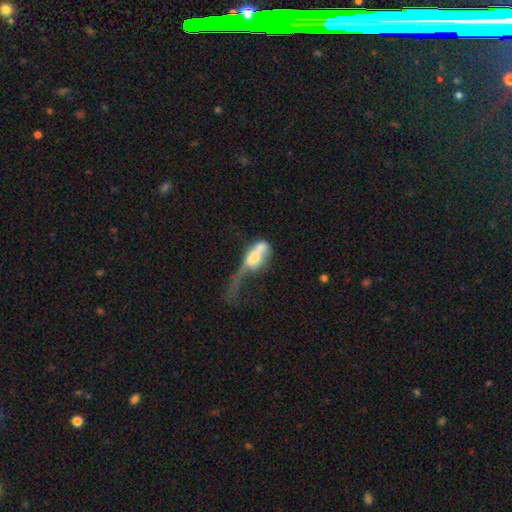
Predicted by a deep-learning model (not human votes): A smooth galaxy with no disk features (55%) that is in between round and cigar-shaped (74%).

Vote fractions:
- Smooth or featured? smooth: 55% / featured or disk: 36% / star or artifact: 9%
- How rounded? in between: 74% / round: 14% / cigar-shaped: 12%
- Merging? major disturbance: 47% / merger: 33% / minor disturbance: 10% / none: 10%